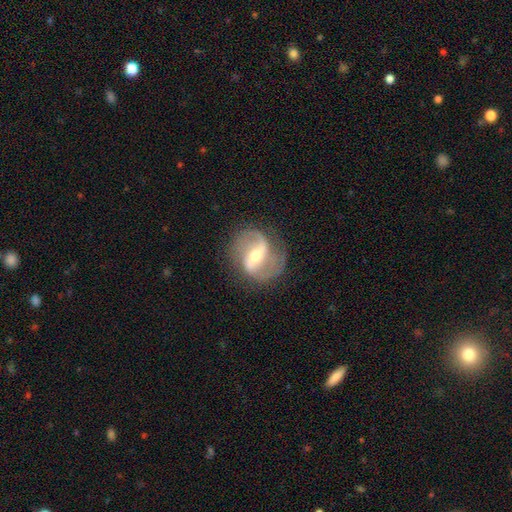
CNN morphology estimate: type=featured or disk (87%); edge-on=no (97%); bar=strong (47%); spiral arms=yes (94%); winding=medium (46%); arm count=2 (89%); bulge=moderate (58%); merging=none (76%).